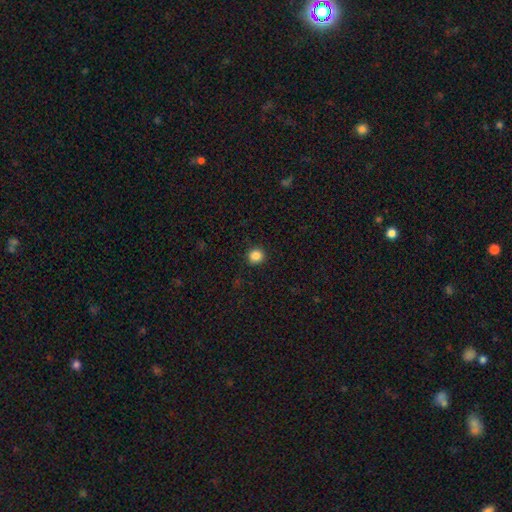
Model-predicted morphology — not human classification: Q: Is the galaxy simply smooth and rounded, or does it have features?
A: smooth — 86%.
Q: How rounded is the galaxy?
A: round — 92%.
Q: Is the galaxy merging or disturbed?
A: none — 91%.